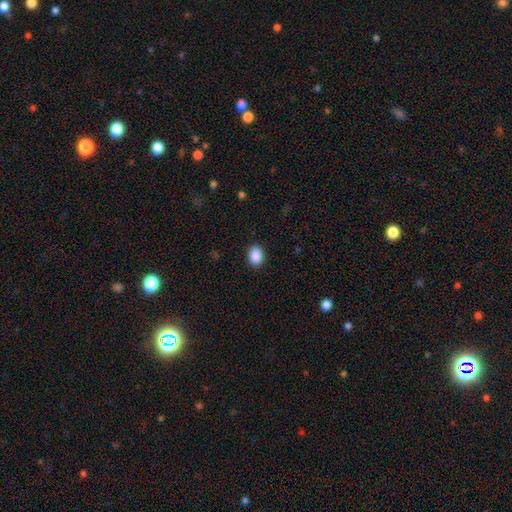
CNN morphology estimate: Overall: smooth (90%). How rounded: in between (72%). Merging: none (89%).